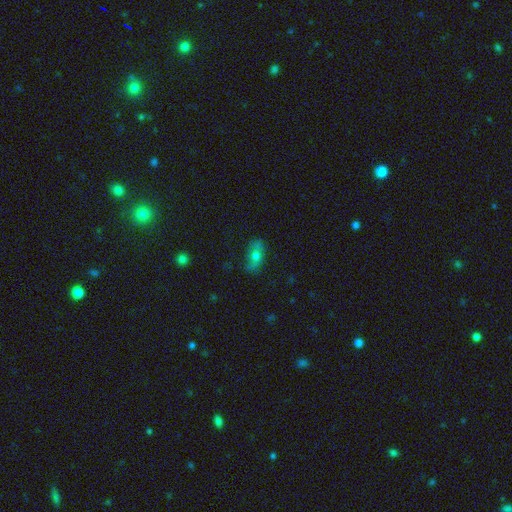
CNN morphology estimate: This appears to be a smooth galaxy with no disk features (59%) that is in between round and cigar-shaped (84%). Merging: none (76%).